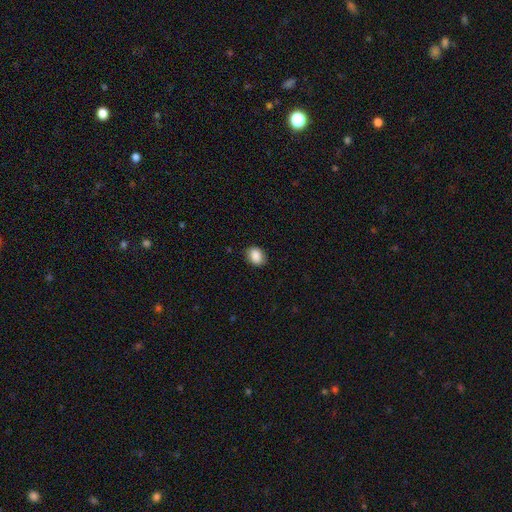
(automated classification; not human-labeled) Smooth or featured?
  - smooth: 88% *
  - star or artifact: 8%
  - featured or disk: 4%
How rounded?
  - in between: 68% *
  - round: 31%
  - cigar-shaped: 1%
Merging?
  - none: 86% *
  - minor disturbance: 11%
  - major disturbance: 2%
  - merger: 1%